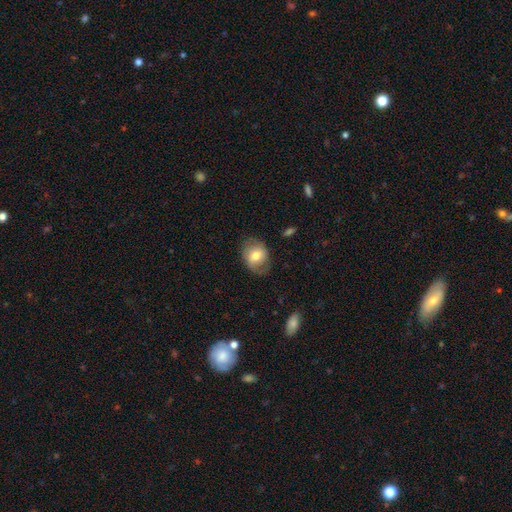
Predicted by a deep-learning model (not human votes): smooth 63%, featured or disk 29%, star or artifact 8%. Down the decision tree: how rounded — in between (58%); merging — none (72%).